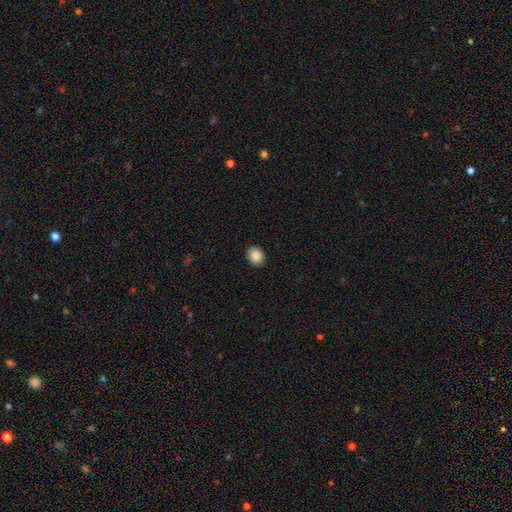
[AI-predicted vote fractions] Q: Smooth or featured?
A: smooth (88%); runner-up: star or artifact (8%)
Q: How rounded?
A: in between (50%); runner-up: round (49%)
Q: Merging?
A: none (90%); runner-up: minor disturbance (7%)